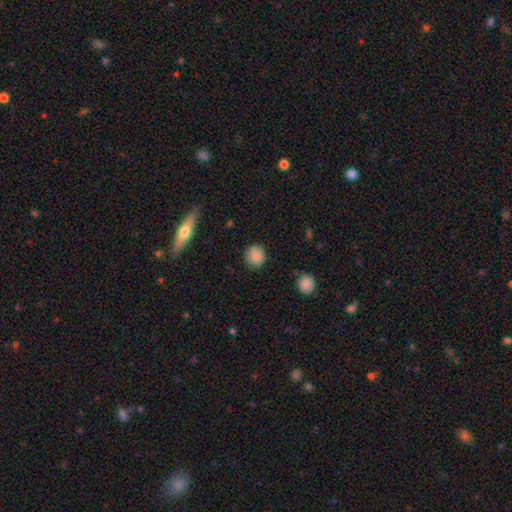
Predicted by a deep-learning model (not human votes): This is clearly a smooth galaxy (85%). How rounded: clearly round (89%). Merging: clearly none (87%).